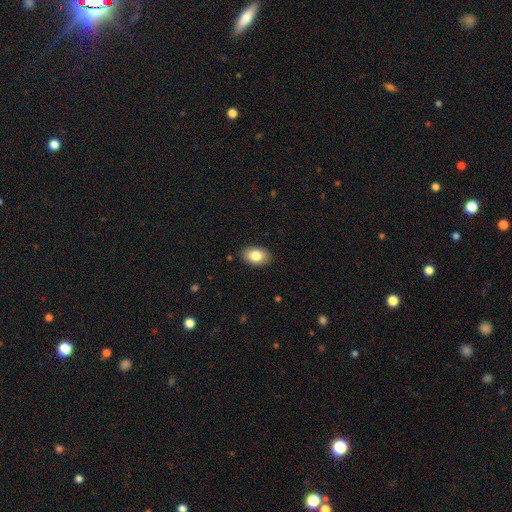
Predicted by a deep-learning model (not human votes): Smooth or featured?
  - smooth: 83% *
  - featured or disk: 9%
  - star or artifact: 7%
How rounded?
  - in between: 86% *
  - round: 12%
  - cigar-shaped: 1%
Merging?
  - none: 88% *
  - minor disturbance: 9%
  - major disturbance: 2%
  - merger: 1%